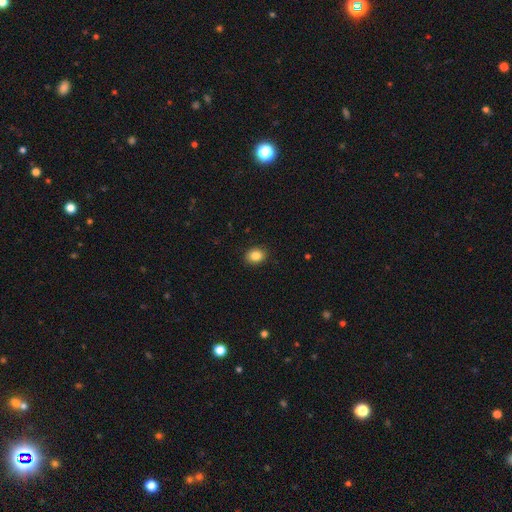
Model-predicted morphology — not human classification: type=smooth (85%); roundness=round (50%); merging=none (90%).